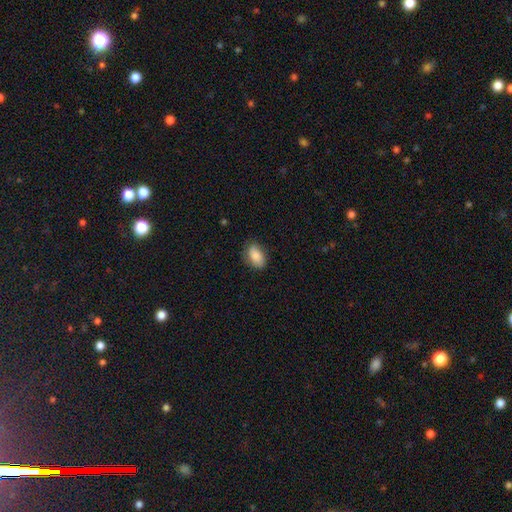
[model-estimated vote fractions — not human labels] The model was most divided on "merging": none: 75%, minor disturbance: 19%, major disturbance: 4%, merger: 1%. More confident: how rounded — in between (90%); smooth or featured — smooth (85%).